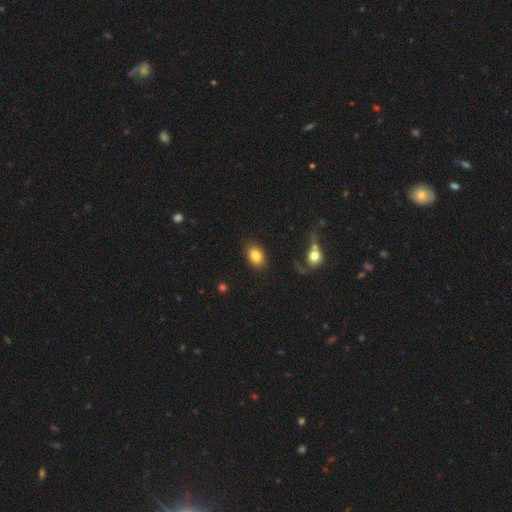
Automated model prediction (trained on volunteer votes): This is clearly a smooth galaxy (84%). How rounded: clearly in between (81%). Merging: clearly none (84%).